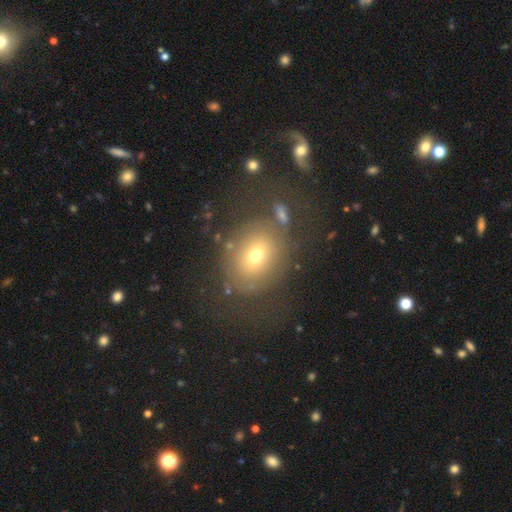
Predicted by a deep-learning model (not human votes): A smooth galaxy with no disk features (60%) that is round (53%). Merging: none (68%).